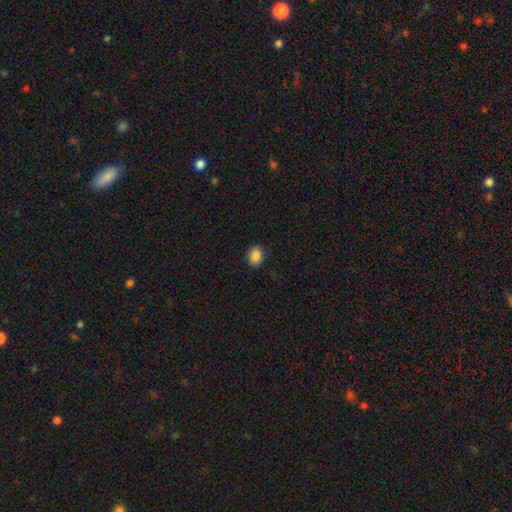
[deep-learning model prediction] A smooth galaxy with no disk features (86%) that is in between round and cigar-shaped (50%). Merging: none (87%).